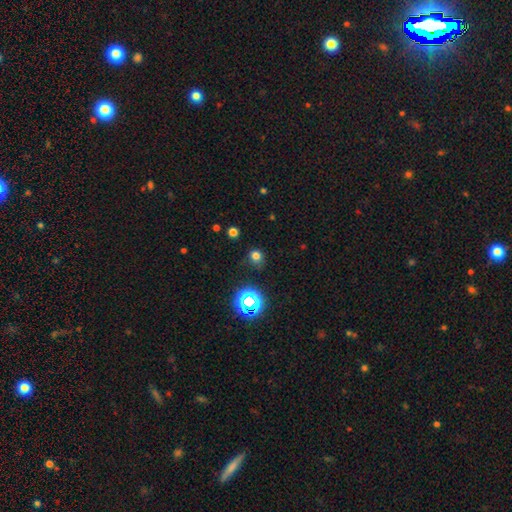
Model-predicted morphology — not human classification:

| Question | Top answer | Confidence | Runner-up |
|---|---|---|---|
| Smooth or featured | smooth | 69% | star or artifact (25%) |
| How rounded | round | 83% | in between (16%) |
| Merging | none | 78% | minor disturbance (15%) |